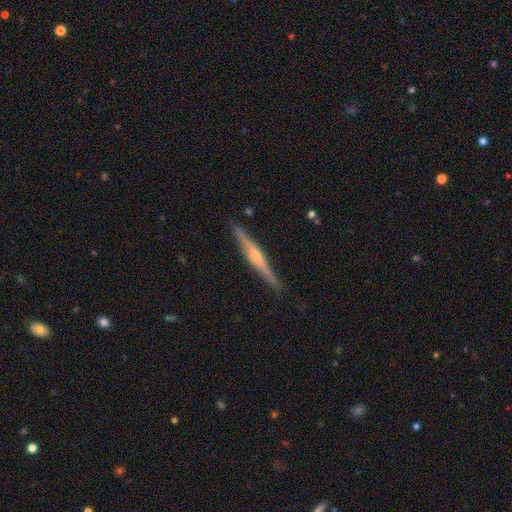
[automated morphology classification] Smooth or featured? featured or disk (77%)
Edge-on disk? yes (98%)
Edge-on bulge? rounded (71%)
Merging? none (89%)